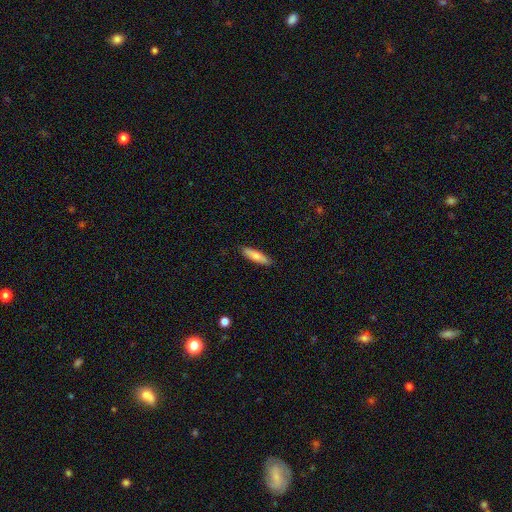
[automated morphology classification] smooth_or_featured: smooth (p=0.79) [alt: featured or disk p=0.15]
how_rounded: cigar-shaped (p=0.76) [alt: in between p=0.22]
merging: none (p=0.89) [alt: minor disturbance p=0.08]